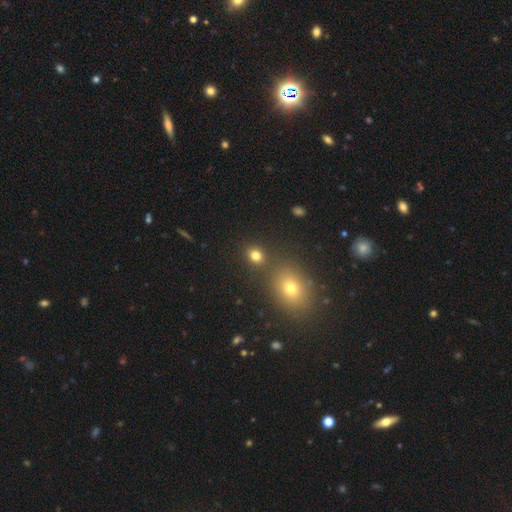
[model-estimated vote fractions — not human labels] The model was most divided on "how rounded": round: 60%, in between: 39%, cigar-shaped: 1%. More confident: smooth or featured — smooth (78%); merging — none (74%).